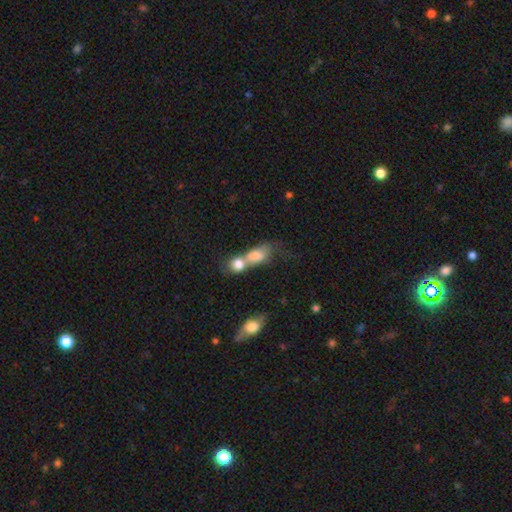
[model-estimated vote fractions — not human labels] smooth 76%, featured or disk 15%, star or artifact 9%. Down the decision tree: how rounded — in between (67%); merging — merger (70%).